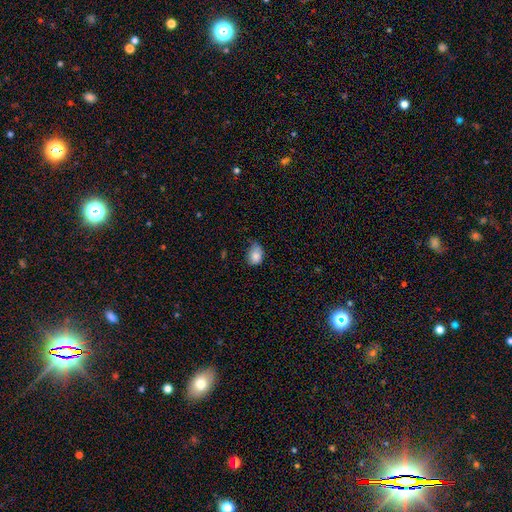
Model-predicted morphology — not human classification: smooth-or-featured: smooth: 83% | featured or disk: 8% | star or artifact: 8%
  how-rounded: in between: 69% | round: 30% | cigar-shaped: 1%
  merging: minor disturbance: 45% | none: 40% | major disturbance: 13% | merger: 2%